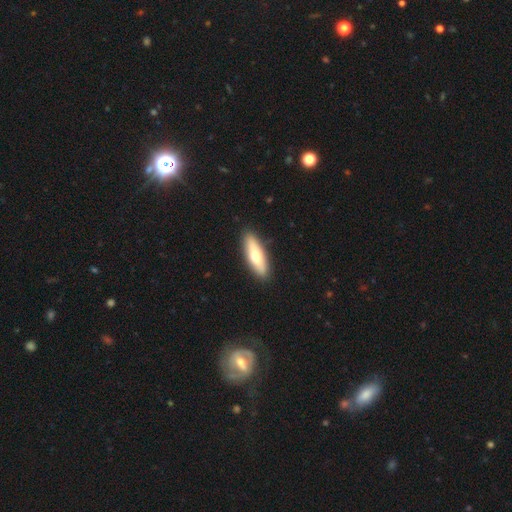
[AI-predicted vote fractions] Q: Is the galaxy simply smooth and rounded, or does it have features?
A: smooth — 62%.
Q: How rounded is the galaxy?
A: cigar-shaped — 51%.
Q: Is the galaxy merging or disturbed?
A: none — 90%.